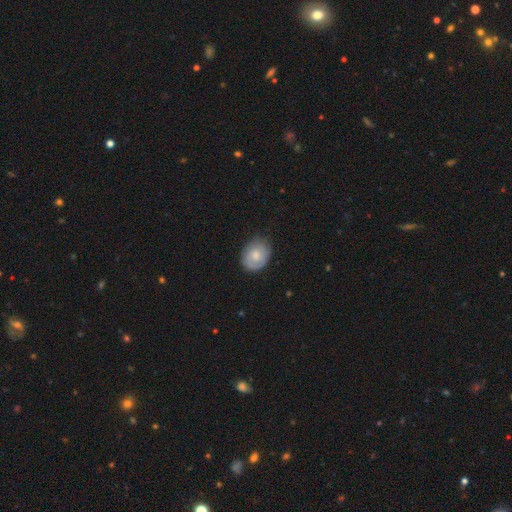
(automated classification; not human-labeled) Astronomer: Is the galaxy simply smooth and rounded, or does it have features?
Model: smooth — 56% (runner-up: featured or disk, 37%).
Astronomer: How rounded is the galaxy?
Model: in between — 53% (runner-up: round, 46%).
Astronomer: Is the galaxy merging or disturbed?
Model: none — 73%.